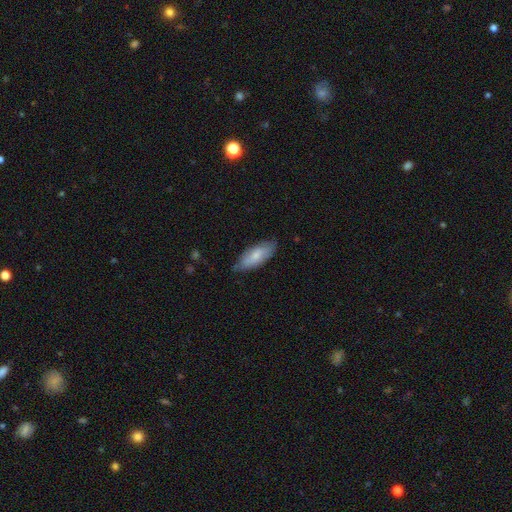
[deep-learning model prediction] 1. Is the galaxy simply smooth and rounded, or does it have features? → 74% smooth, 20% featured or disk, 6% star or artifact.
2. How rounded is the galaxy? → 77% in between, 22% cigar-shaped, 2% round.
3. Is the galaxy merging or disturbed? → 71% none, 24% minor disturbance, 4% major disturbance, 1% merger.